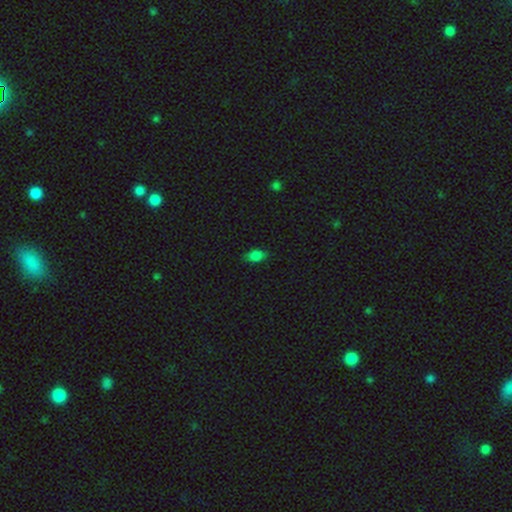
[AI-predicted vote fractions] Smooth or featured: smooth — 79% (star or artifact — 14%)
How rounded: in between — 86% (round — 10%)
Merging: none — 80% (minor disturbance — 16%)